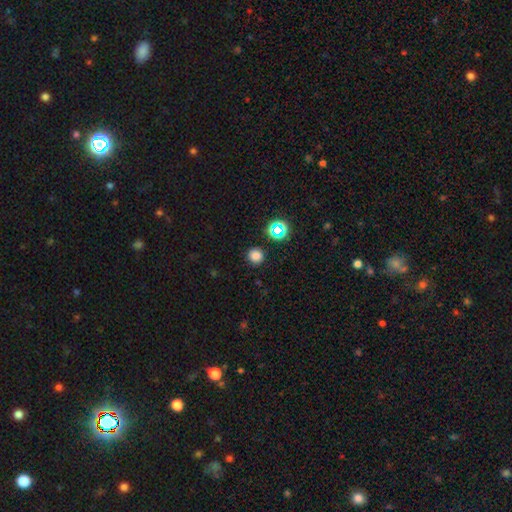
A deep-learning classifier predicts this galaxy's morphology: type=smooth (77%); roundness=round (93%); merging=none (89%).